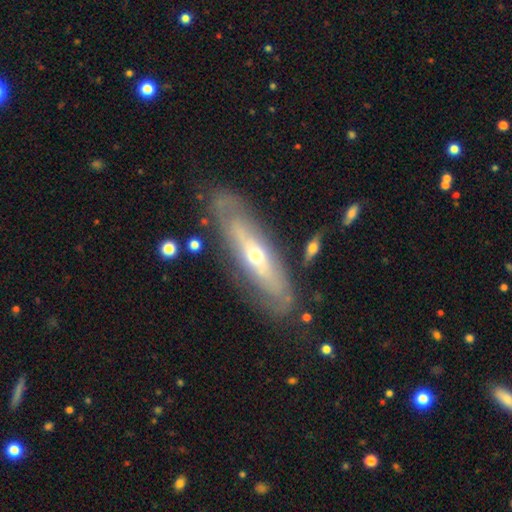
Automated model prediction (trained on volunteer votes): smooth-or-featured: featured or disk: 72% | smooth: 22% | star or artifact: 6%
  disk-edge-on: no: 65% | yes: 35%
  merging: none: 75% | minor disturbance: 16% | major disturbance: 6% | merger: 2%